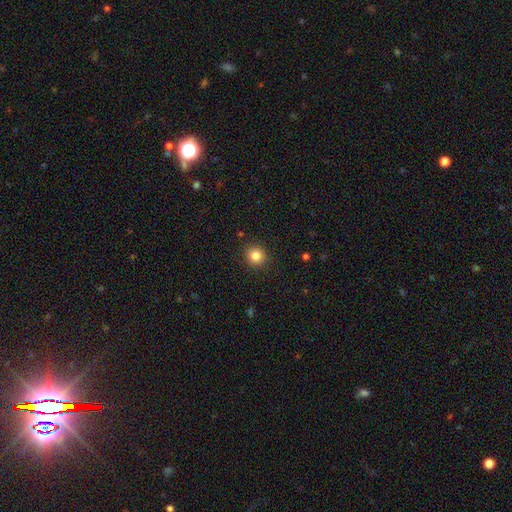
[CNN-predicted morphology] A smooth galaxy with no disk features (84%) that is round (92%). Merging: none (92%).